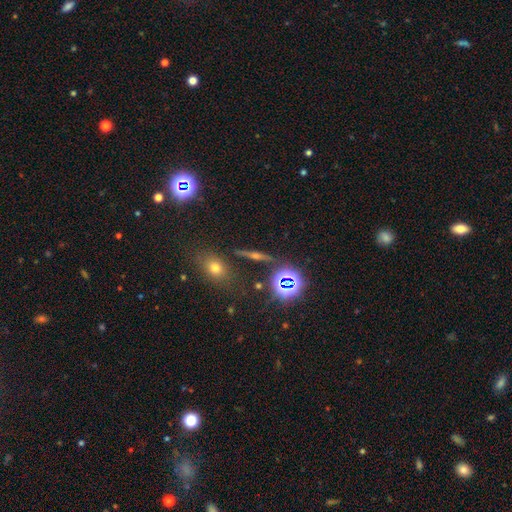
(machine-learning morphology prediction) Smooth or featured? Predicted: star or artifact (p=0.53).